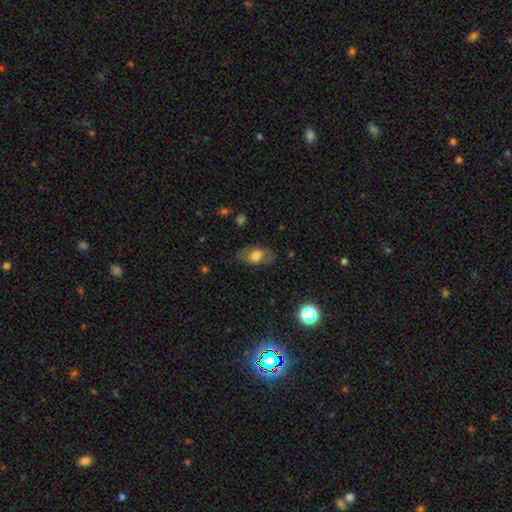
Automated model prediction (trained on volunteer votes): smooth-or-featured: smooth: 64% | featured or disk: 28% | star or artifact: 8%
  how-rounded: in between: 90% | round: 7% | cigar-shaped: 3%
  merging: none: 74% | minor disturbance: 18% | major disturbance: 7% | merger: 1%